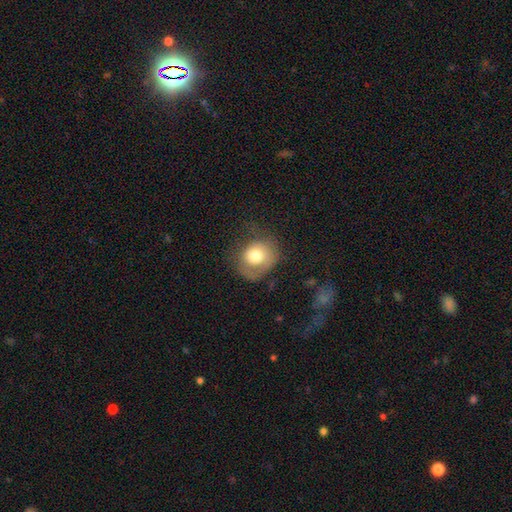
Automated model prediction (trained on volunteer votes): The model was most divided on "merging": none: 45%, minor disturbance: 27%, major disturbance: 25%, merger: 2%. More confident: smooth or featured — smooth (70%); how rounded — round (68%).